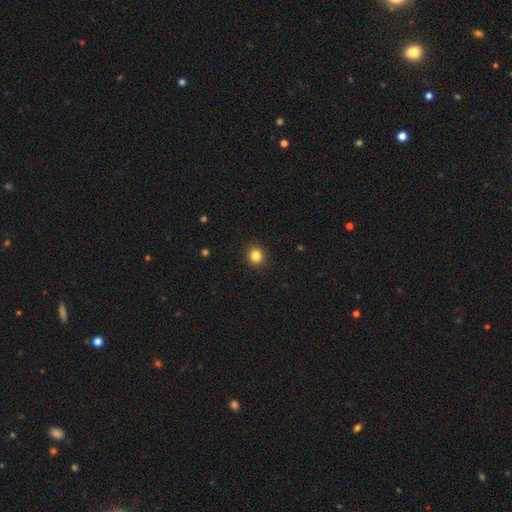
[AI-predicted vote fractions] Smooth or featured? smooth (84%)
How rounded? round (85%)
Merging? none (92%)